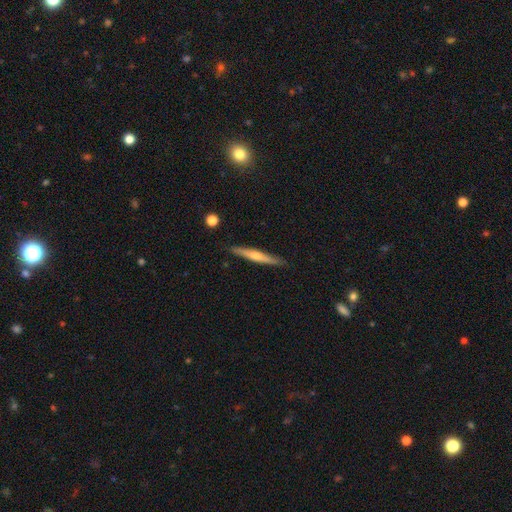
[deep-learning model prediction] Morphology: type=featured or disk (57%); edge-on=yes (97%); edge-on bulge=rounded (76%); merging=none (89%).